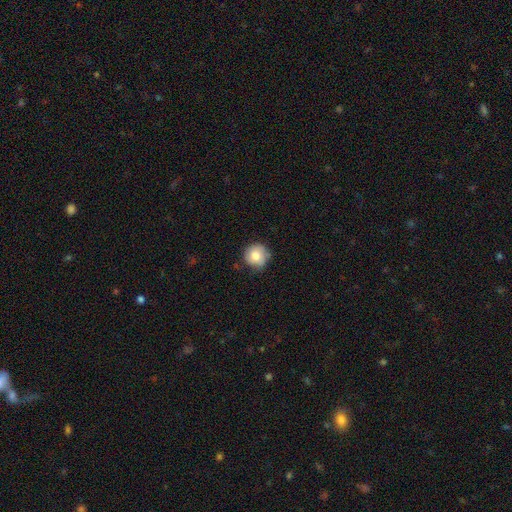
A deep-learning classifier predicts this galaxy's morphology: type=smooth (77%); roundness=round (93%); merging=none (73%).